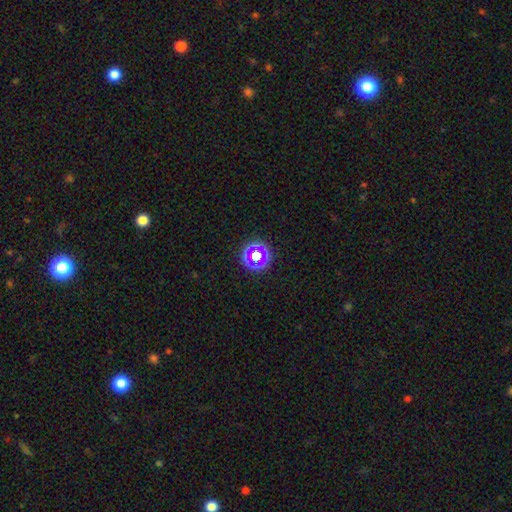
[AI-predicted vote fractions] This is possibly a star or artifact rather than a galaxy (50%).